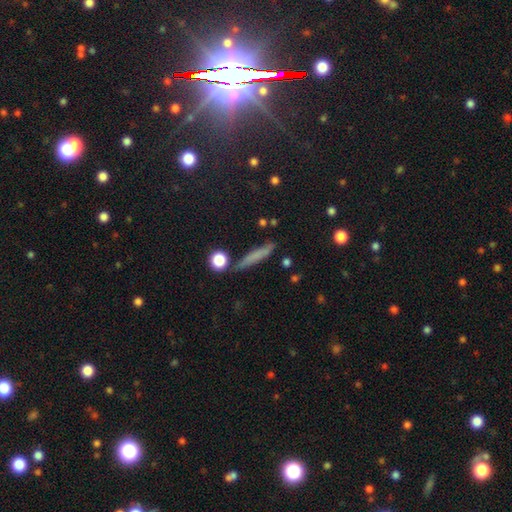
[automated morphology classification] Smooth or featured?
  - smooth: 65% *
  - featured or disk: 23%
  - star or artifact: 11%
How rounded?
  - cigar-shaped: 88% *
  - in between: 8%
  - round: 5%
Merging?
  - none: 80% *
  - minor disturbance: 12%
  - merger: 4%
  - major disturbance: 3%